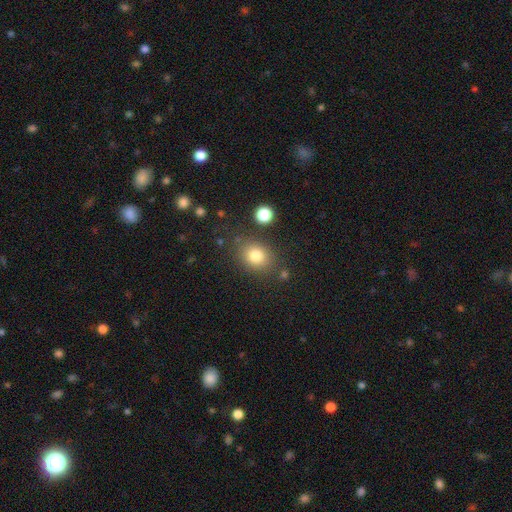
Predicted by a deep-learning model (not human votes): This appears to be a smooth galaxy with no disk features (81%) that is round (53%). Merging: none (78%).